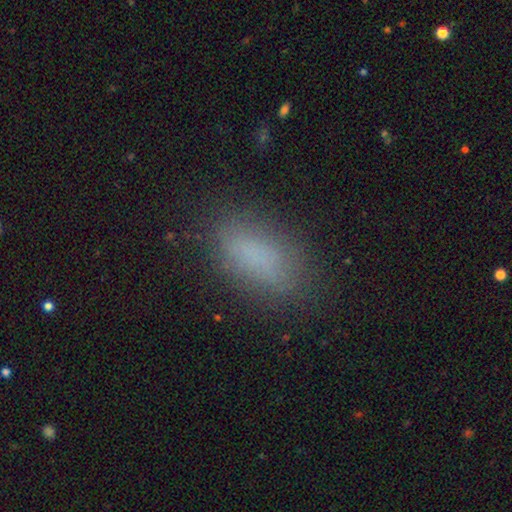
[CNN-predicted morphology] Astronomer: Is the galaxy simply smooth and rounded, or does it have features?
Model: smooth — 80%.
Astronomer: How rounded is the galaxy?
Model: in between — 82%.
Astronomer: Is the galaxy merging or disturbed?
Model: none — 79%.